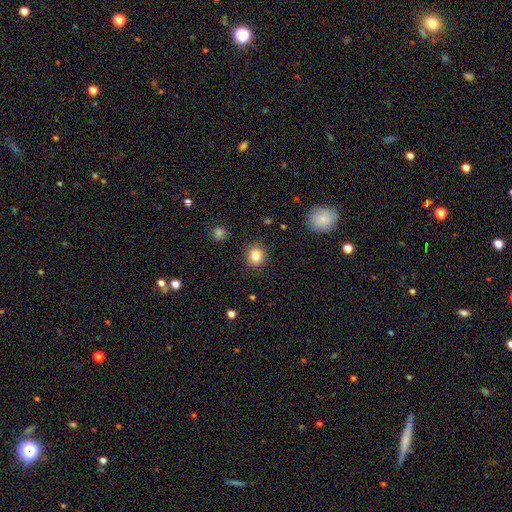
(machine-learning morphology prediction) Smooth or featured? smooth (81%)
How rounded? round (81%)
Merging? none (86%)